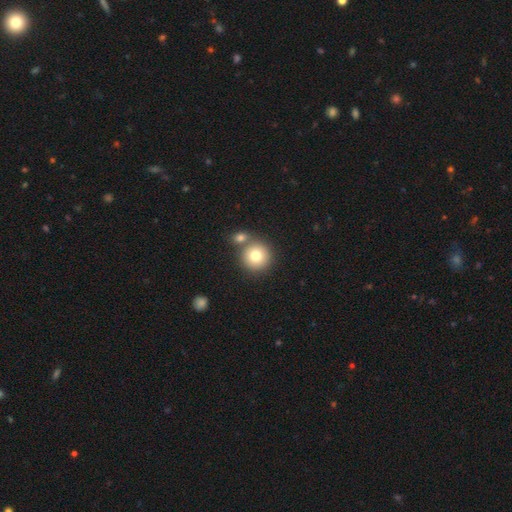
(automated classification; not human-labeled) smooth 78%, featured or disk 12%, star or artifact 10%. Down the decision tree: how rounded — round (93%); merging — none (64%).